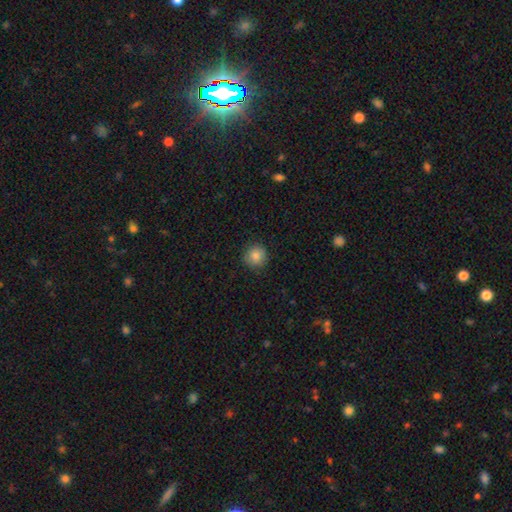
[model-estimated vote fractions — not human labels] This appears to be a smooth galaxy with no disk features (85%) that is round (92%). Merging: none (89%).